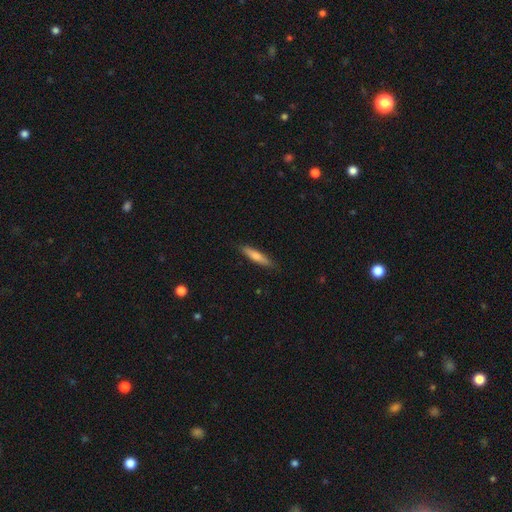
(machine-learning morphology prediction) type=smooth (64%); roundness=cigar-shaped (87%); merging=none (89%).